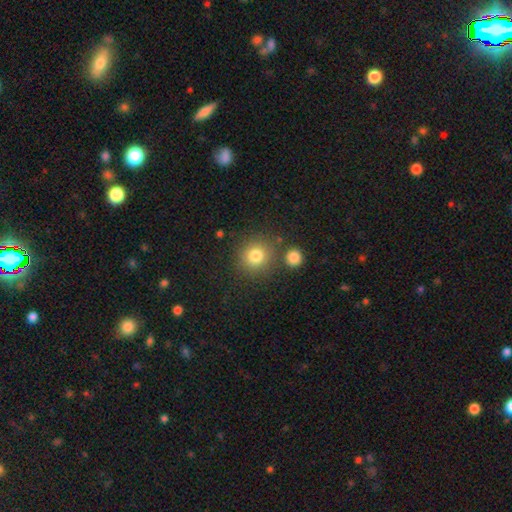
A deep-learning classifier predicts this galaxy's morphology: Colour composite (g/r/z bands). It shows a smooth galaxy with no disk features (80%) that is round (89%). Merging: none (80%).